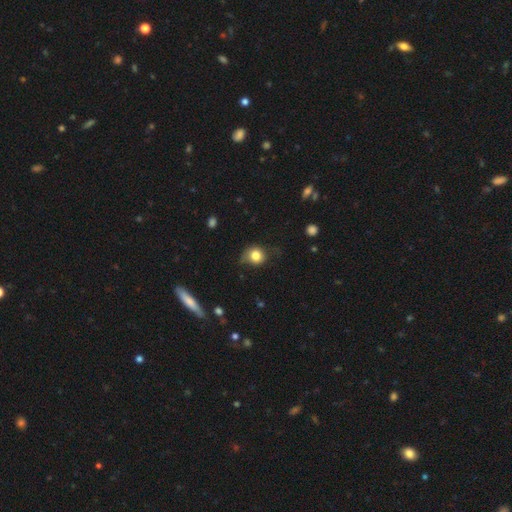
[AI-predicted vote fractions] Smooth or featured? smooth (79%)
How rounded? round (75%)
Merging? none (59%)